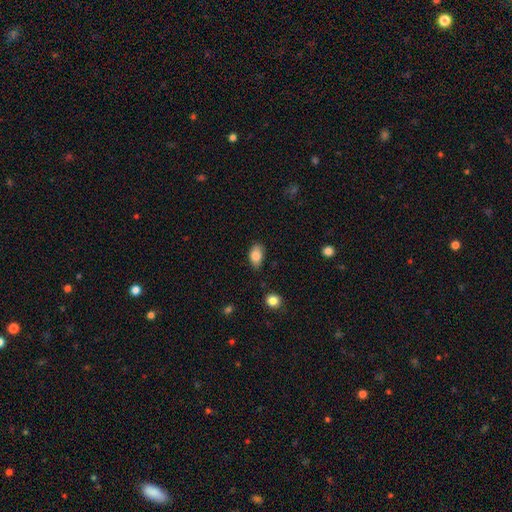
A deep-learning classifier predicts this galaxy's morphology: Smooth or featured? Predicted: smooth (p=0.85). How rounded? Predicted: in between (p=0.89). Merging? Predicted: none (p=0.72).